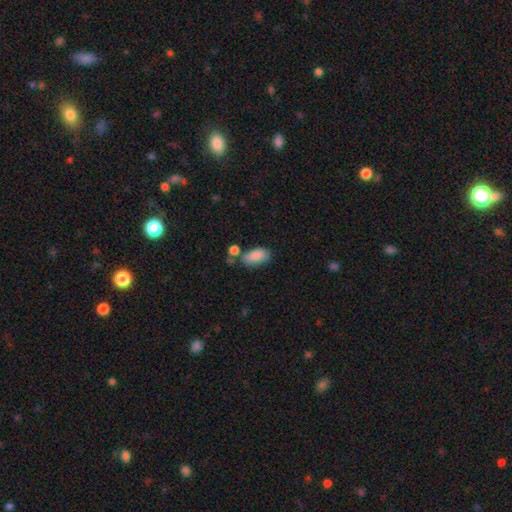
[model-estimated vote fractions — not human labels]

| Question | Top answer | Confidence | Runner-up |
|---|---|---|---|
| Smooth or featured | smooth | 86% | star or artifact (7%) |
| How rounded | in between | 93% | round (4%) |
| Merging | none | 58% | minor disturbance (20%) |